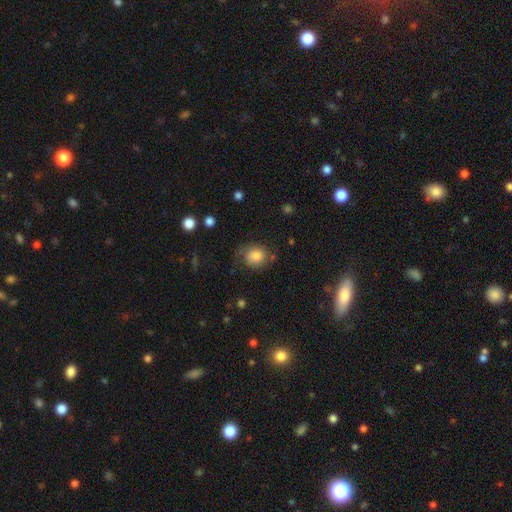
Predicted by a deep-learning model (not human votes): Smooth or featured: smooth — 73% (featured or disk — 18%)
How rounded: round — 75% (in between — 24%)
Merging: none — 65% (minor disturbance — 21%)